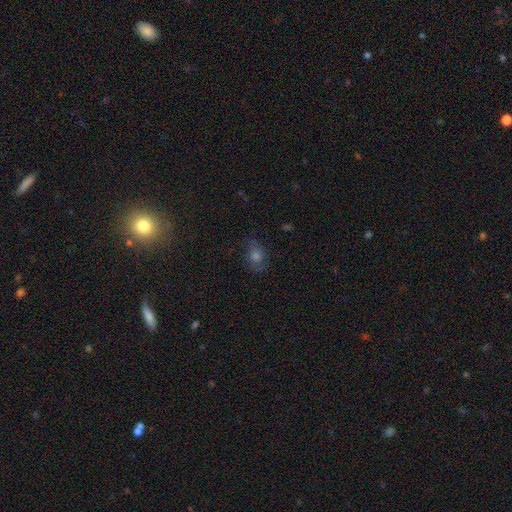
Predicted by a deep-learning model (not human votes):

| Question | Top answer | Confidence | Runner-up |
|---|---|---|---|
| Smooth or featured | smooth | 41% | featured or disk (32%) |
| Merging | none | 73% | minor disturbance (17%) |